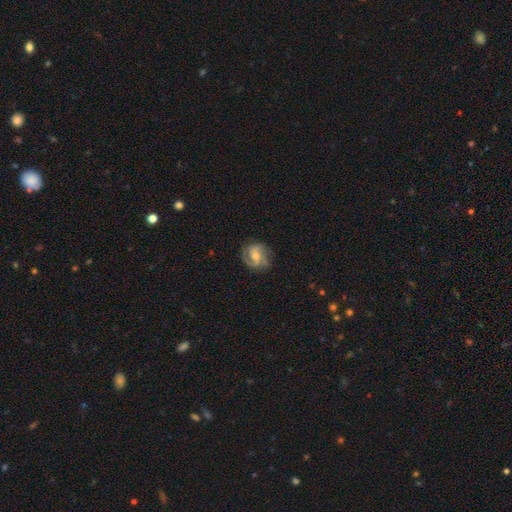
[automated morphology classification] This is likely a featured or disk galaxy (78%). It is clearly not viewed edge-on (98%). Bar: possibly no (48%). Spiral arm pattern: clearly yes (95%). Spiral arm count: likely 2 (63%). Spiral winding: possibly medium (47%). Central bulge: possibly moderate (57%). Merging: likely none (74%).